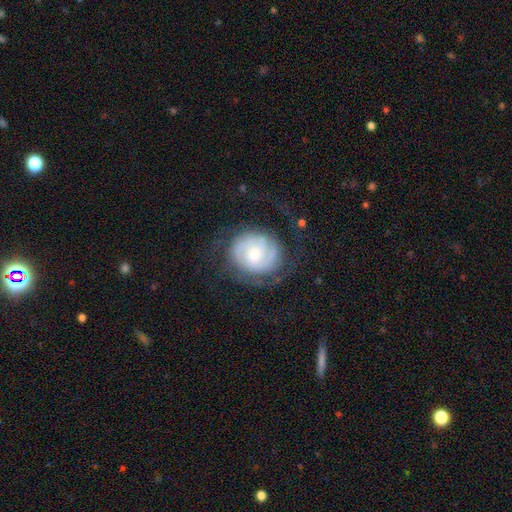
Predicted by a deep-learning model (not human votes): A featured or disk galaxy (71%) with no bar (59%), 2 (52%) tight (51%) spiral arms (88%) and a small central bulge (47%). Merging: none (64%).